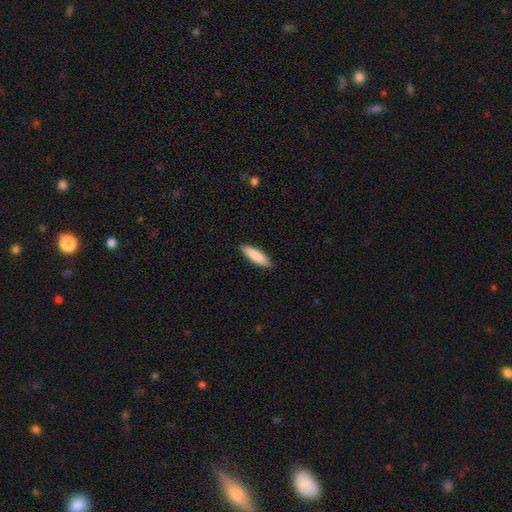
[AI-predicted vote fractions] Smooth or featured?
  - smooth: 86% *
  - featured or disk: 8%
  - star or artifact: 5%
How rounded?
  - cigar-shaped: 66% *
  - in between: 33%
  - round: 1%
Merging?
  - none: 87% *
  - minor disturbance: 10%
  - major disturbance: 2%
  - merger: 1%